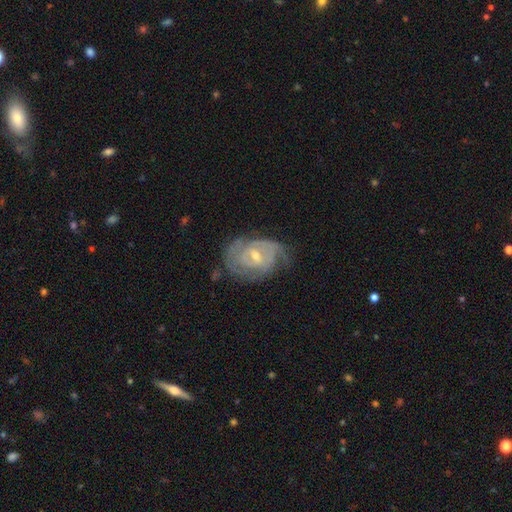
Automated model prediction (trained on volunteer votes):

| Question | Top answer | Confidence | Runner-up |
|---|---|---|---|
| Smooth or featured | featured or disk | 83% | smooth (11%) |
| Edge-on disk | no | 96% | yes (4%) |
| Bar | weak | 53% | no (32%) |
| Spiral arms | yes | 91% | no (9%) |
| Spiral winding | tight | 63% | medium (29%) |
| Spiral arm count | can't tell | 36% | 2 (35%) |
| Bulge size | moderate | 49% | small (47%) |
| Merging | none | 61% | minor disturbance (26%) |